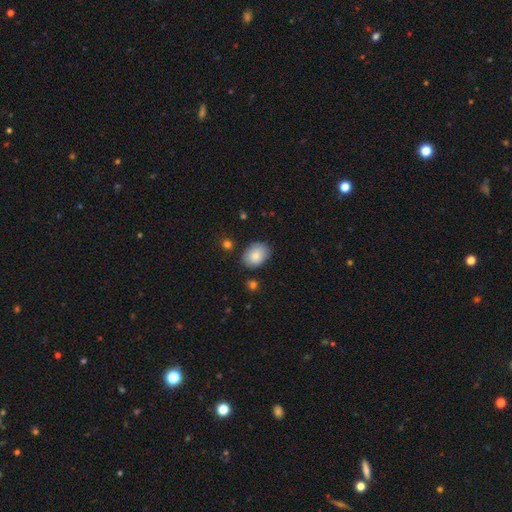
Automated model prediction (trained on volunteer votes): The model was most divided on "how rounded": in between: 77%, round: 22%, cigar-shaped: 1%. More confident: smooth or featured — smooth (83%); merging — none (79%).